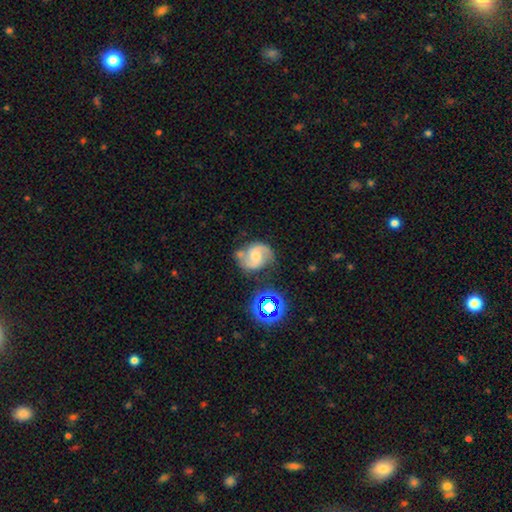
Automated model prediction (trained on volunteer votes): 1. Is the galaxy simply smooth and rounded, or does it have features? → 78% featured or disk, 13% smooth, 9% star or artifact.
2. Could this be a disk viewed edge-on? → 98% no, 2% yes.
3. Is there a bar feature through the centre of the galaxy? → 45% weak, 44% no, 12% strong.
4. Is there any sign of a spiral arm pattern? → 96% yes, 4% no.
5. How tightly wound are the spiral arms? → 56% medium, 26% loose, 19% tight.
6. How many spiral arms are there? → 91% 2, 4% can't tell, 2% 1, 1% 3, 1% 4, 1% more than 4.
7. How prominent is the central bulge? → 51% moderate, 34% small, 7% none, 6% large, 1% dominant.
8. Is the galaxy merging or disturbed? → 64% none, 20% minor disturbance, 9% merger, 7% major disturbance.